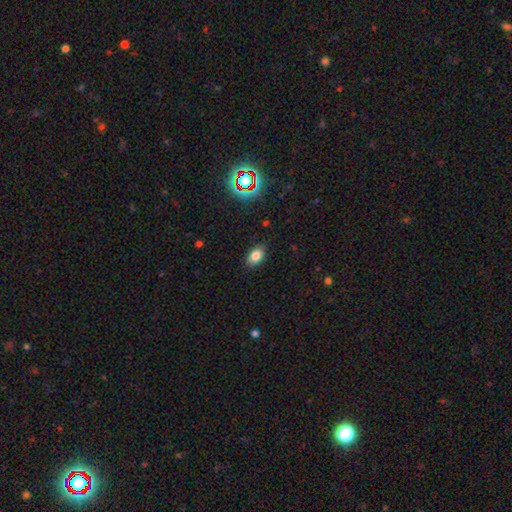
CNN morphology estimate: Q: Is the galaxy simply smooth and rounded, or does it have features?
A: smooth — 80%.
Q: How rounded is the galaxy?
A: in between — 86%.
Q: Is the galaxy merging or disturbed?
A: none — 85%.